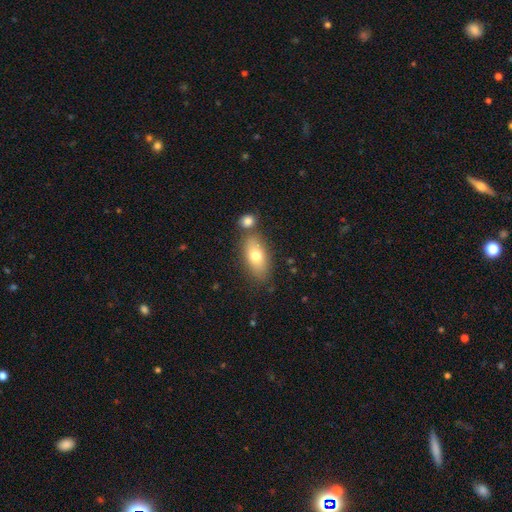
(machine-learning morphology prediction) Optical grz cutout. It shows a smooth galaxy with no disk features (72%) that is in between round and cigar-shaped (86%). Merging: none (71%).